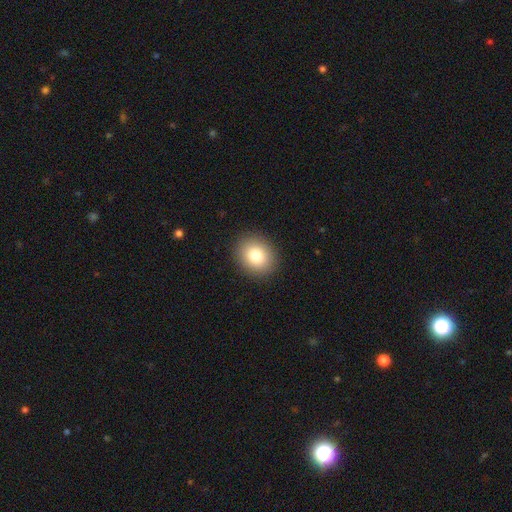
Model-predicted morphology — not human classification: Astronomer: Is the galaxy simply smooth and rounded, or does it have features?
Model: smooth — 83%.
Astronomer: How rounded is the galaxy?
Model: round — 67%.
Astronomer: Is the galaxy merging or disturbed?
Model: none — 91%.